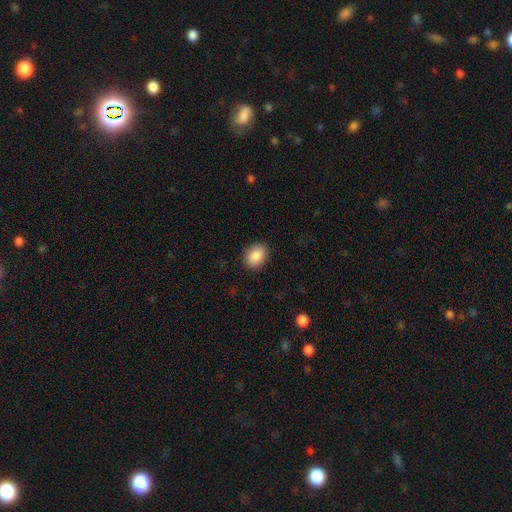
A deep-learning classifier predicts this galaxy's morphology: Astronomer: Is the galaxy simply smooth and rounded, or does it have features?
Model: smooth — 89%.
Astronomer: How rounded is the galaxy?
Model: in between — 73%.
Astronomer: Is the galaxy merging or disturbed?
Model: none — 88%.